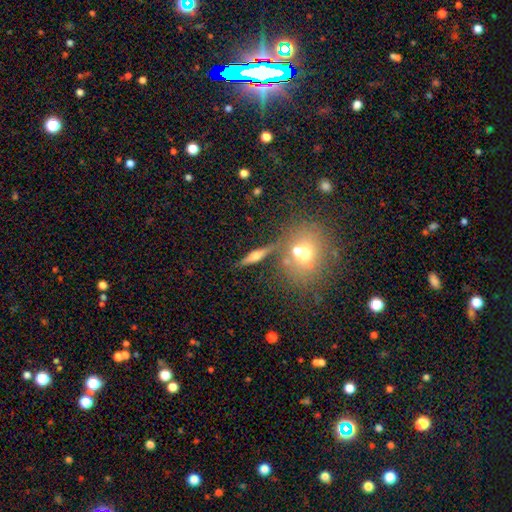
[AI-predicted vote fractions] The model was most divided on "smooth or featured": featured or disk: 62%, smooth: 28%, star or artifact: 10%. More confident: edge-on bulge — rounded (92%); edge-on disk — yes (89%); merging — none (73%).